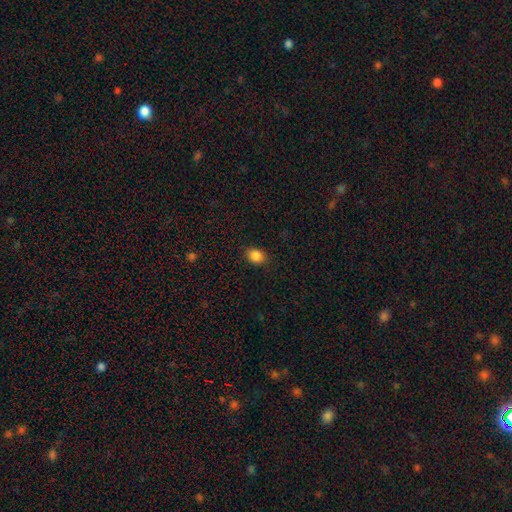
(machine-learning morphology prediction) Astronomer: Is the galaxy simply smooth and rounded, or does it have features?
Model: smooth — 87%.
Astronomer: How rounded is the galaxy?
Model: in between — 50% (runner-up: round, 49%).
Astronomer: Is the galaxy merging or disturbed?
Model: none — 87%.